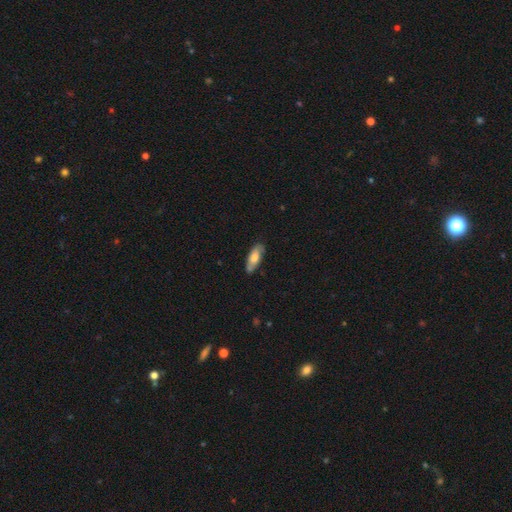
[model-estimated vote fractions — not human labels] This is likely a smooth galaxy (61%). How rounded: likely in between (70%). Merging: clearly none (81%).